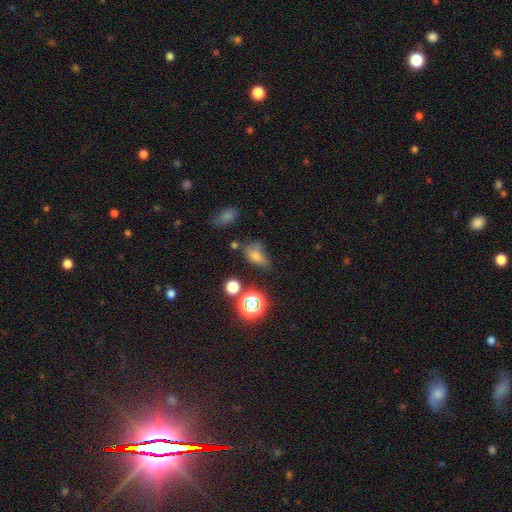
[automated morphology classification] This appears to be a smooth galaxy with no disk features (60%) that is in between round and cigar-shaped (74%). Merging: none (43%).